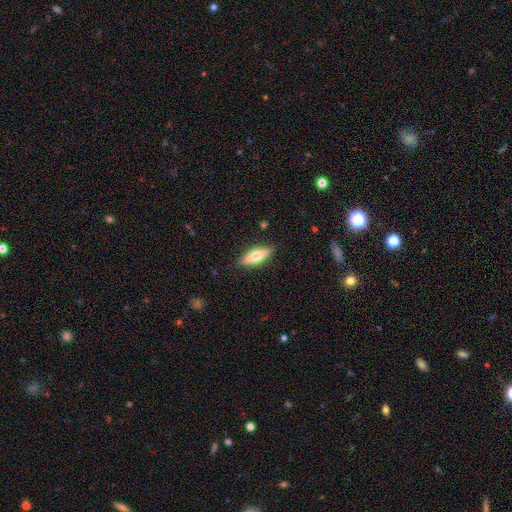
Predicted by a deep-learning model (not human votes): A smooth galaxy with no disk features (59%) that is in between round and cigar-shaped (61%).

Vote fractions:
- Smooth or featured? smooth: 59% / featured or disk: 35% / star or artifact: 6%
- How rounded? in between: 61% / cigar-shaped: 36% / round: 3%
- Merging? none: 86% / minor disturbance: 10% / major disturbance: 2% / merger: 1%